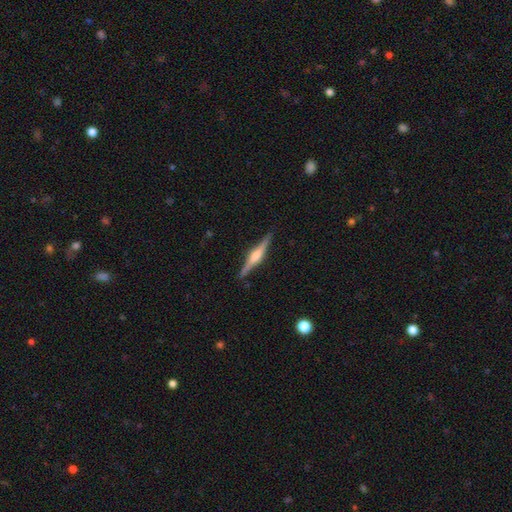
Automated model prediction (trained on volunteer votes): The model was most divided on "smooth or featured": featured or disk: 81%, smooth: 13%, star or artifact: 5%. More confident: edge-on disk — yes (98%); merging — none (91%); edge-on bulge — rounded (84%).